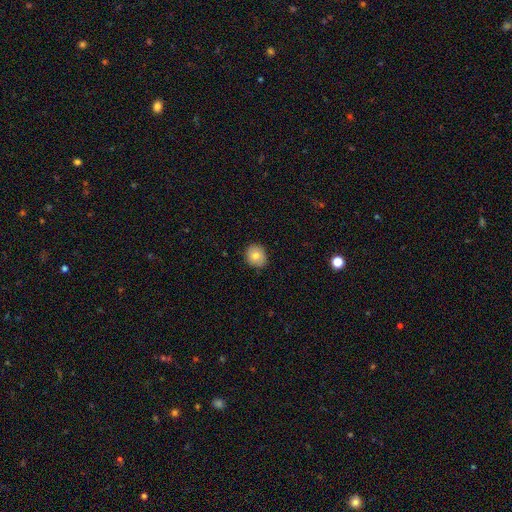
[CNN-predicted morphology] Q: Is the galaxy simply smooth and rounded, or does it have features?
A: smooth — 79%.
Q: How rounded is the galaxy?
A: round — 75%.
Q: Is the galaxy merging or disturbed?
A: none — 86%.